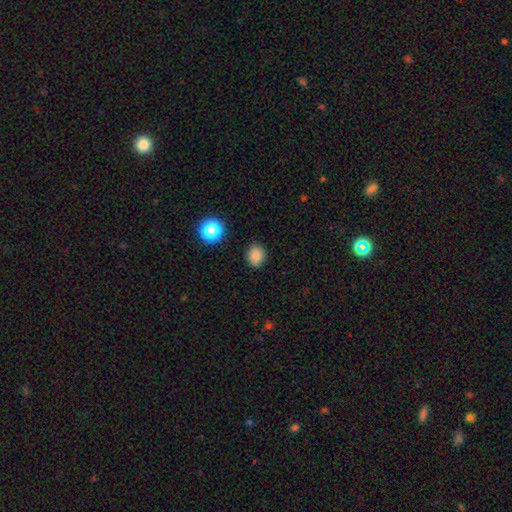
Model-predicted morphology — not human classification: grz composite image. It shows a smooth galaxy with no disk features (82%) that is round (70%). Merging: none (89%).